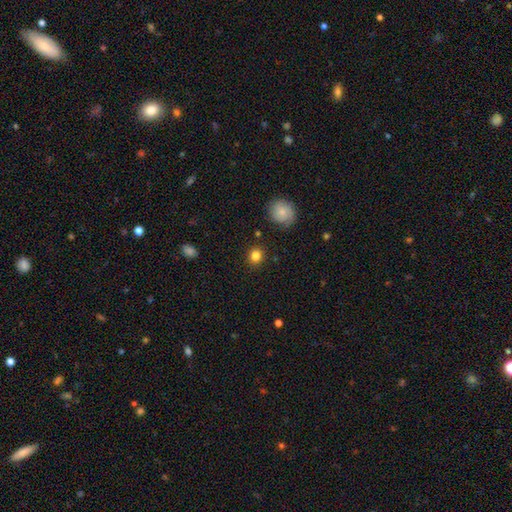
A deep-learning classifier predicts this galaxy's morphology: This appears to be a smooth galaxy with no disk features (84%) that is round (82%). Merging: none (88%).